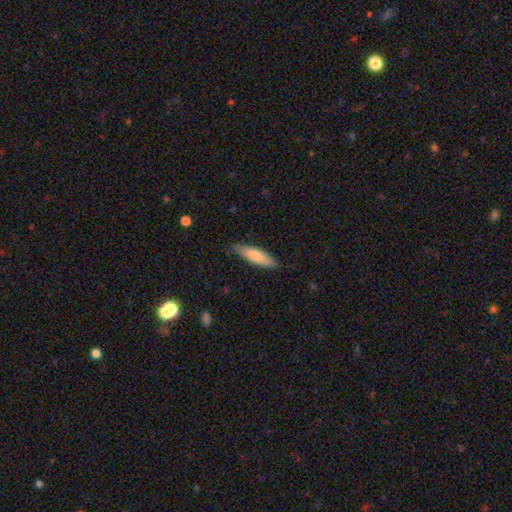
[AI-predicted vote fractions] smooth-or-featured: smooth: 80% | featured or disk: 15% | star or artifact: 5%
  how-rounded: cigar-shaped: 62% | in between: 36% | round: 1%
  merging: none: 82% | minor disturbance: 14% | major disturbance: 2% | merger: 1%